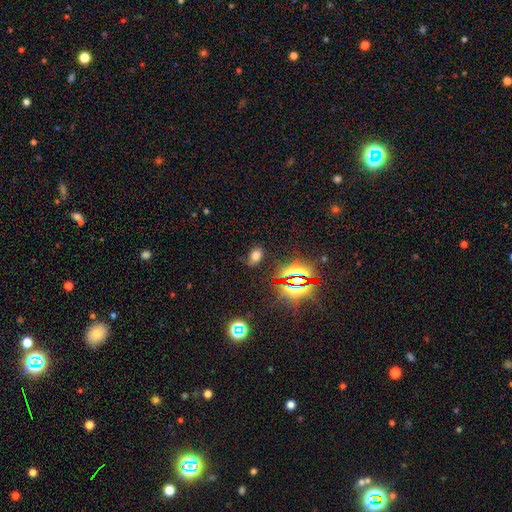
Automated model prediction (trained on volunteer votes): Smooth or featured: smooth — 58% (star or artifact — 32%)
How rounded: in between — 83% (round — 16%)
Merging: none — 66% (minor disturbance — 21%)